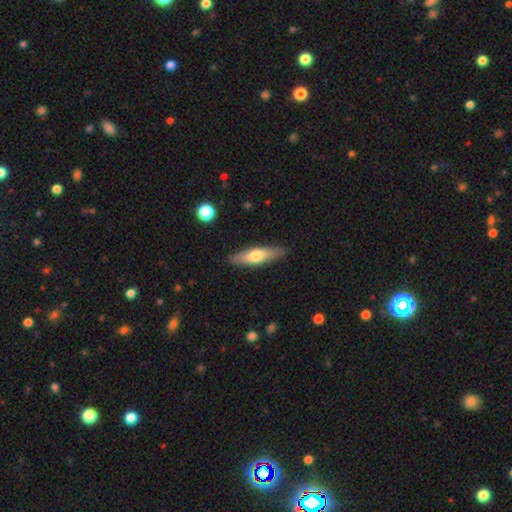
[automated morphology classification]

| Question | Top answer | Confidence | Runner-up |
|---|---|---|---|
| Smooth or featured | smooth | 60% | featured or disk (35%) |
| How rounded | cigar-shaped | 67% | in between (31%) |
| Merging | none | 88% | minor disturbance (9%) |